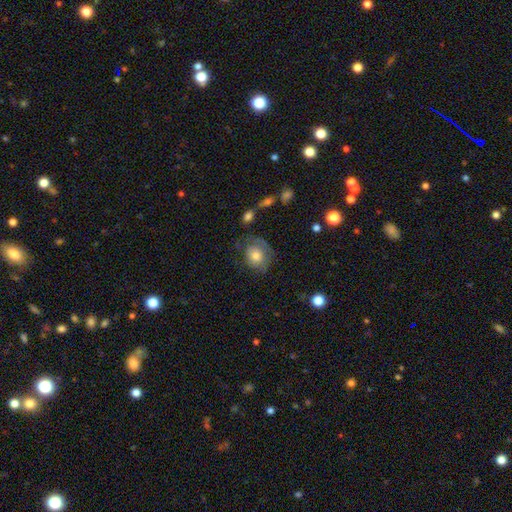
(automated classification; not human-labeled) Smooth or featured? Predicted: smooth (p=0.66). How rounded? Predicted: round (p=0.62). Merging? Predicted: none (p=0.52).